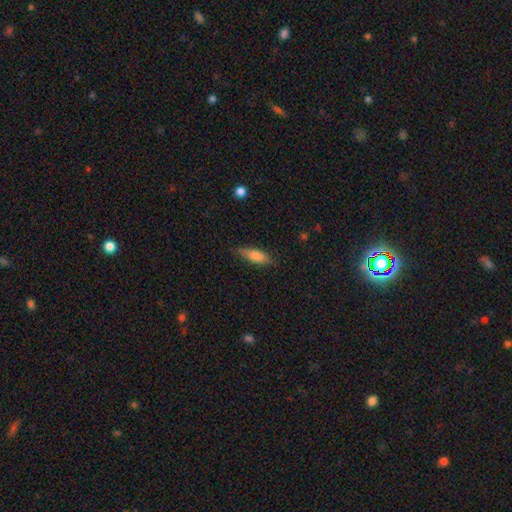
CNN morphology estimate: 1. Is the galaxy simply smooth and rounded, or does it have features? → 76% smooth, 18% featured or disk, 6% star or artifact.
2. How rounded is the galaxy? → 50% in between, 47% cigar-shaped, 2% round.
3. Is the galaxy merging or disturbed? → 83% none, 13% minor disturbance, 3% major disturbance, 1% merger.